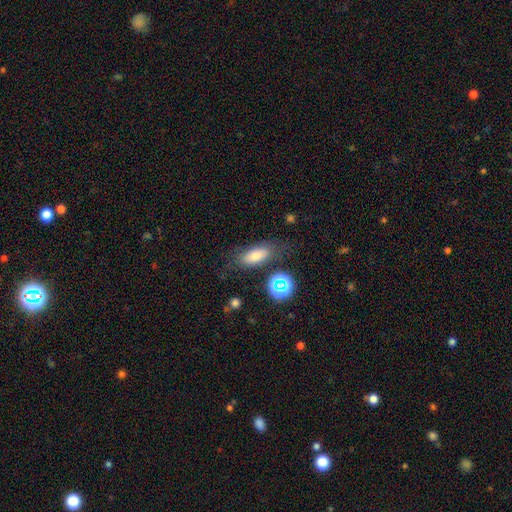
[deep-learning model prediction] Smooth or featured: smooth — 64% (featured or disk — 19%)
How rounded: in between — 72% (cigar-shaped — 18%)
Merging: none — 67% (minor disturbance — 18%)